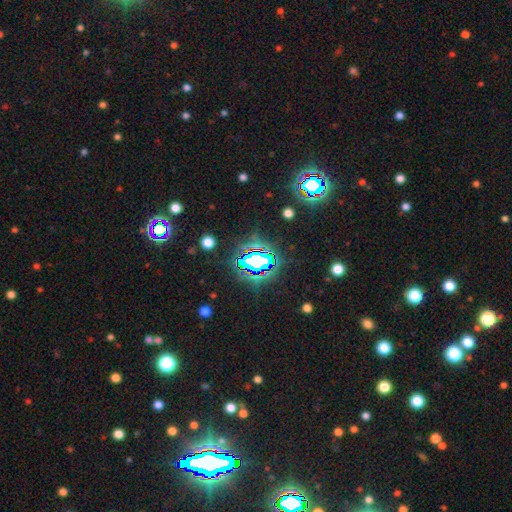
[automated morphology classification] This appears to be a star or artifact, not a galaxy (69%).